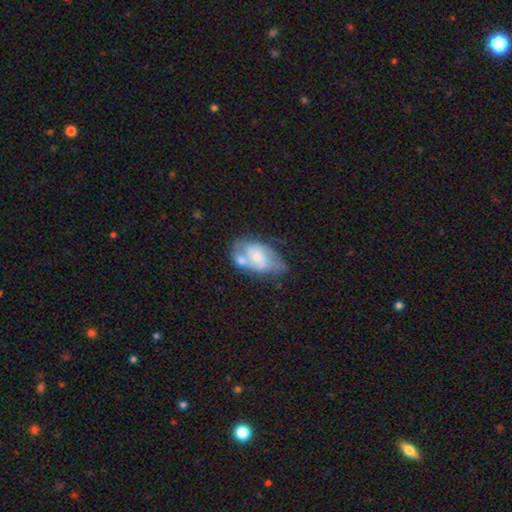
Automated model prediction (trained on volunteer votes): This appears to be a featured or disk galaxy (63%) with no bar (60%), spiral arms (72%) and a small central bulge (51%). Merging: none (35%).